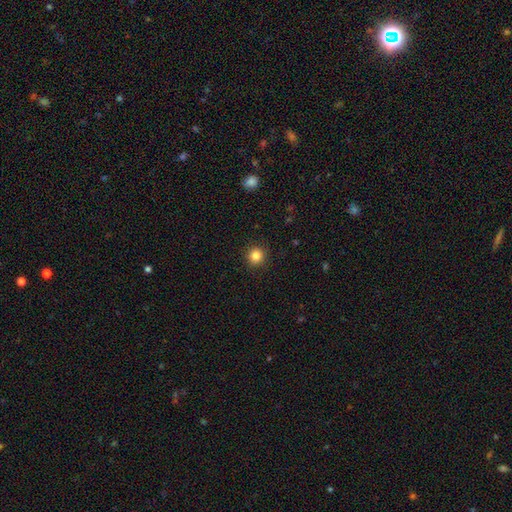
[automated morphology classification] Q: Smooth or featured?
A: smooth (85%); runner-up: star or artifact (11%)
Q: How rounded?
A: round (92%); runner-up: in between (7%)
Q: Merging?
A: none (91%); runner-up: minor disturbance (6%)